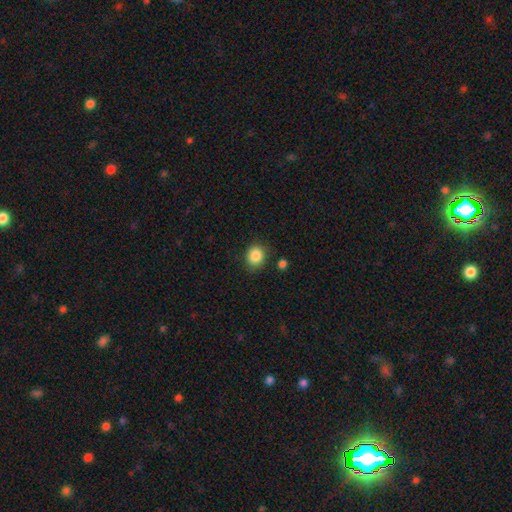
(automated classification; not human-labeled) This is clearly a smooth galaxy (87%). How rounded: likely round (71%). Merging: clearly none (83%).